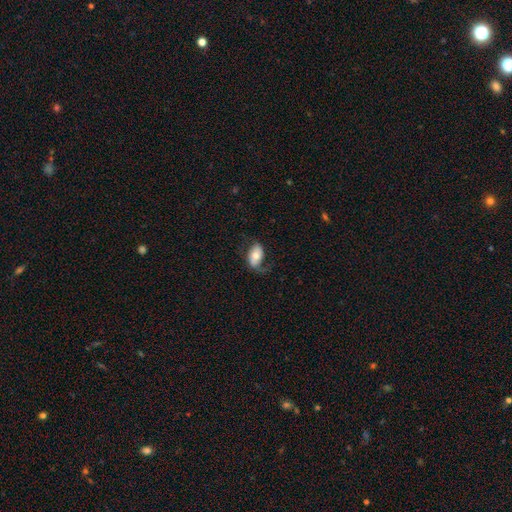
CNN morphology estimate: This is possibly a smooth galaxy (47%). Merging: possibly none (52%).